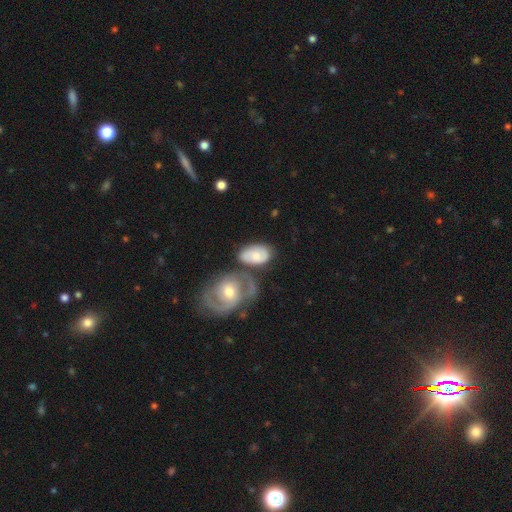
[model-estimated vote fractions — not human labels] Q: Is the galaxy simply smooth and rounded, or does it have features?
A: smooth — 53%.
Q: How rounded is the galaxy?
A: in between — 87%.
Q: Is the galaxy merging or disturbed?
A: none — 43%.